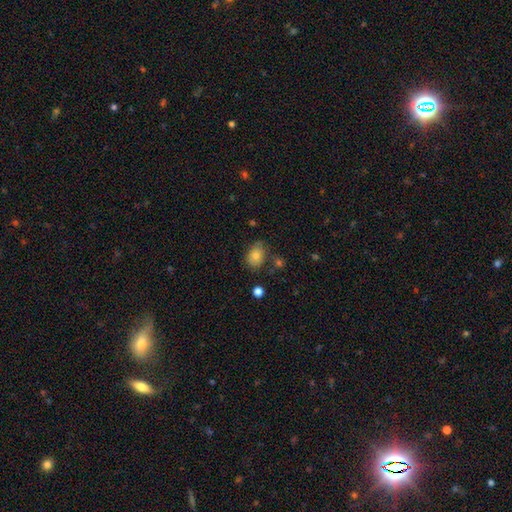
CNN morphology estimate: Smooth or featured: smooth — 76% (featured or disk — 13%)
How rounded: in between — 65% (round — 34%)
Merging: none — 65% (minor disturbance — 24%)